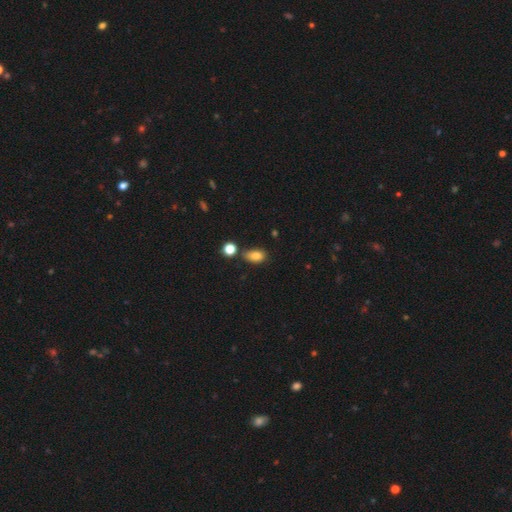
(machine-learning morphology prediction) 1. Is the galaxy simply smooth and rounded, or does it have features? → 82% smooth, 11% star or artifact, 7% featured or disk.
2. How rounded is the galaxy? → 84% in between, 13% round, 2% cigar-shaped.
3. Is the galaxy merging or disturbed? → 68% none, 18% minor disturbance, 9% merger, 4% major disturbance.